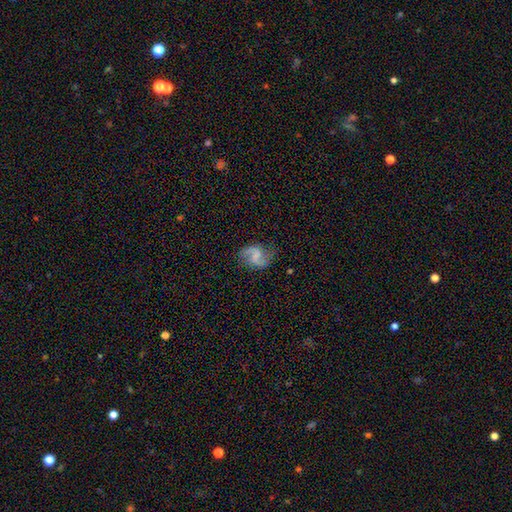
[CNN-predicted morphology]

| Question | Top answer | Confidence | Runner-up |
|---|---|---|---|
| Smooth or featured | featured or disk | 77% | smooth (16%) |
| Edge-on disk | no | 98% | yes (2%) |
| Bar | weak | 51% | strong (25%) |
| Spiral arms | yes | 94% | no (6%) |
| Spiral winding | loose | 59% | medium (33%) |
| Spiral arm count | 2 | 91% | 1 (3%) |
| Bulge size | none | 47% | small (31%) |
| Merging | none | 74% | minor disturbance (17%) |